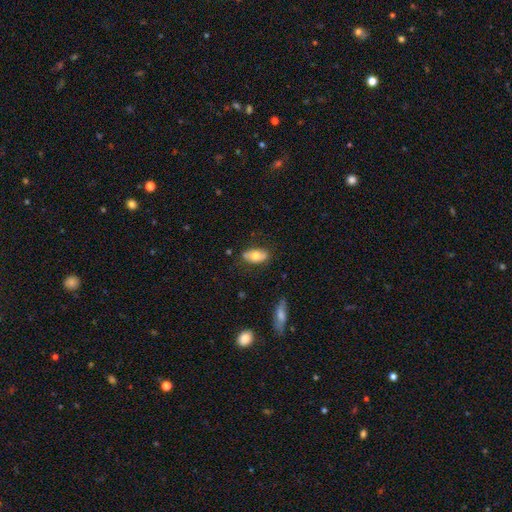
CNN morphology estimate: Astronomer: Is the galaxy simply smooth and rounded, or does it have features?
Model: smooth — 66%.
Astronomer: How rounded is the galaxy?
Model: in between — 91%.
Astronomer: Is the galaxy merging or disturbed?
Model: none — 76%.